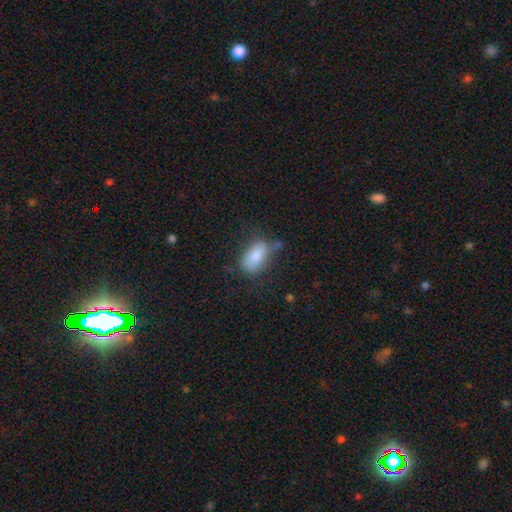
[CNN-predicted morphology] Smooth or featured?
  - smooth: 82% *
  - featured or disk: 11%
  - star or artifact: 8%
How rounded?
  - in between: 90% *
  - cigar-shaped: 5%
  - round: 5%
Merging?
  - none: 60% *
  - minor disturbance: 25%
  - major disturbance: 10%
  - merger: 5%